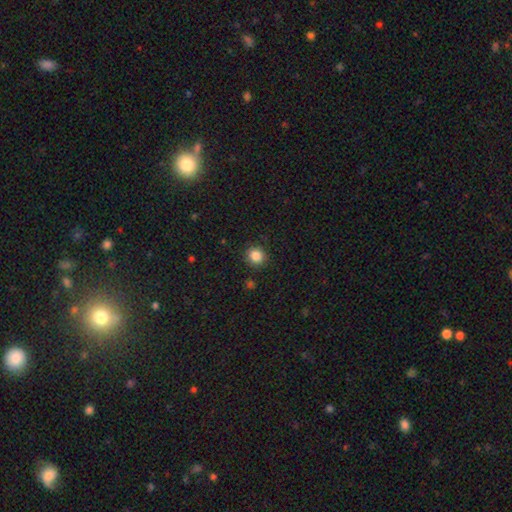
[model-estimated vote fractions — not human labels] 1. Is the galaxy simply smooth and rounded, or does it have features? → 85% smooth, 11% star or artifact, 4% featured or disk.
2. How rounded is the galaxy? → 89% round, 10% in between, 1% cigar-shaped.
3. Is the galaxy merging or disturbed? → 90% none, 7% minor disturbance, 2% major disturbance, 1% merger.